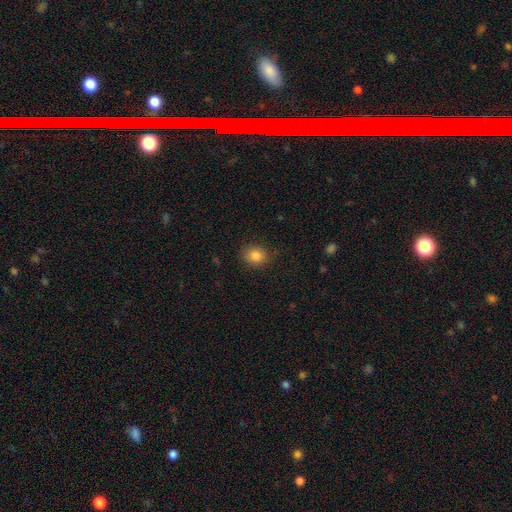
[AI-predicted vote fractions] Smooth or featured?
  - smooth: 83% *
  - star or artifact: 11%
  - featured or disk: 6%
How rounded?
  - round: 58% *
  - in between: 41%
  - cigar-shaped: 1%
Merging?
  - none: 84% *
  - minor disturbance: 12%
  - major disturbance: 3%
  - merger: 1%